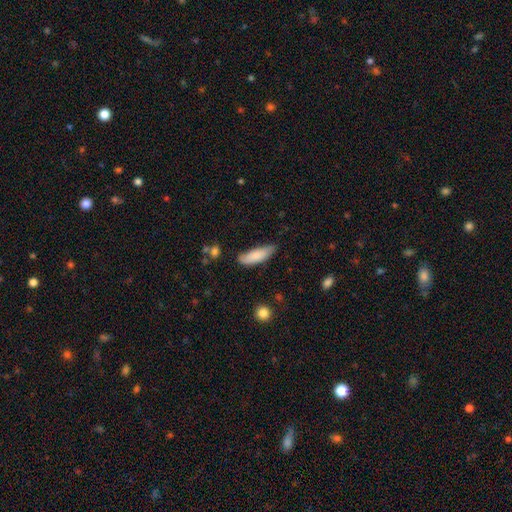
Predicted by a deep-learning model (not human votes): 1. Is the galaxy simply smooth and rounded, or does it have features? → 82% smooth, 12% featured or disk, 6% star or artifact.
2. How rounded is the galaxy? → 54% in between, 44% cigar-shaped, 2% round.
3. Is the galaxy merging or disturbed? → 62% none, 30% minor disturbance, 5% major disturbance, 3% merger.